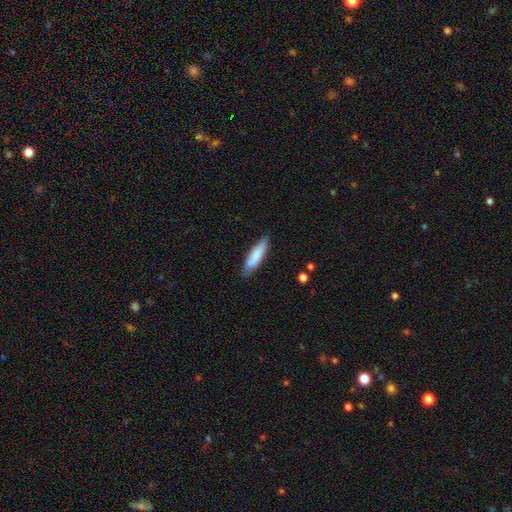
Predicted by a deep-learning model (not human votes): smooth_or_featured: smooth (p=0.82) [alt: featured or disk p=0.13]
how_rounded: cigar-shaped (p=0.70) [alt: in between p=0.29]
merging: none (p=0.82) [alt: minor disturbance p=0.15]